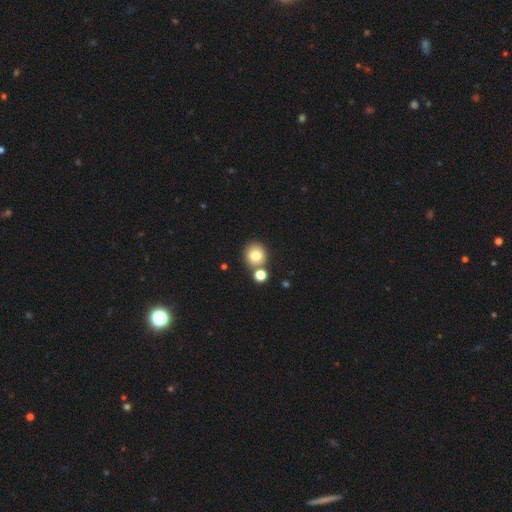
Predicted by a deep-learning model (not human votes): This appears to be a smooth galaxy with no disk features (80%) that is round (87%). Merging: none (67%).